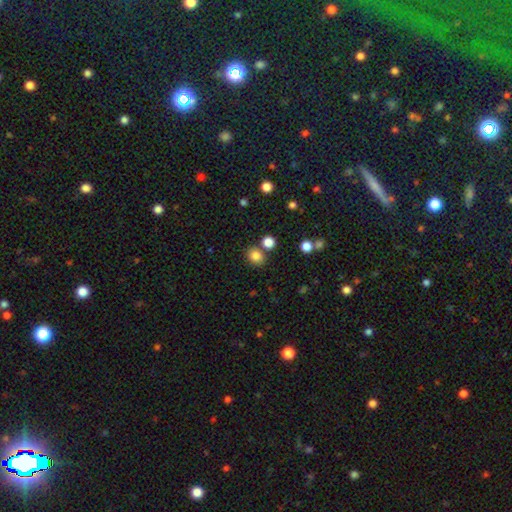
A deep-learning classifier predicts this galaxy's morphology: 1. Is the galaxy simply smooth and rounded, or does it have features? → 83% smooth, 12% star or artifact, 5% featured or disk.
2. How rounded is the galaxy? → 67% round, 32% in between, 1% cigar-shaped.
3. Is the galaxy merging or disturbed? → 76% none, 11% merger, 9% minor disturbance, 3% major disturbance.